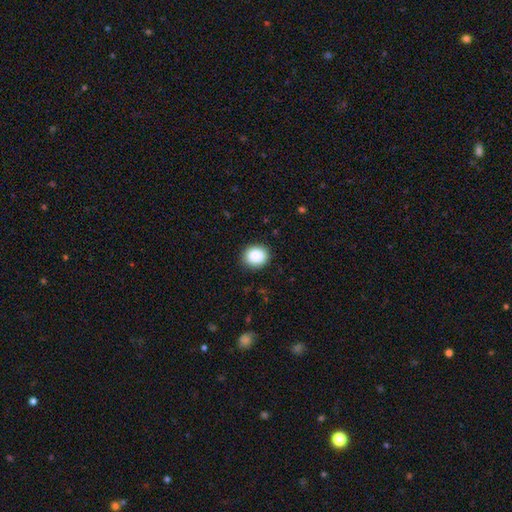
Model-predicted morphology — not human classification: type=smooth (87%); roundness=round (79%); merging=none (89%).